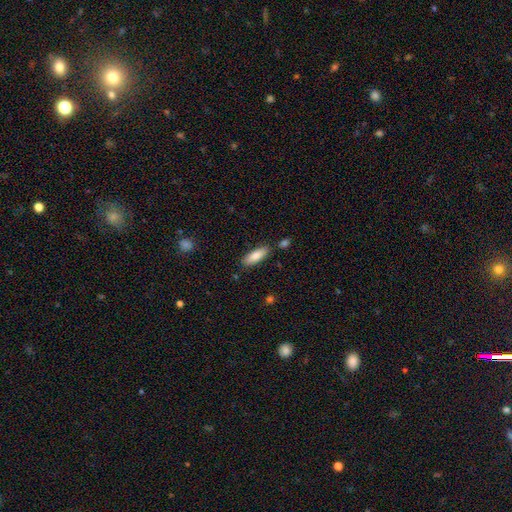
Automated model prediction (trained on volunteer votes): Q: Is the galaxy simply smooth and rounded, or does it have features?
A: smooth — 83%.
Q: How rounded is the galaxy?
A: in between — 63%.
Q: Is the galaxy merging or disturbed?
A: none — 83%.